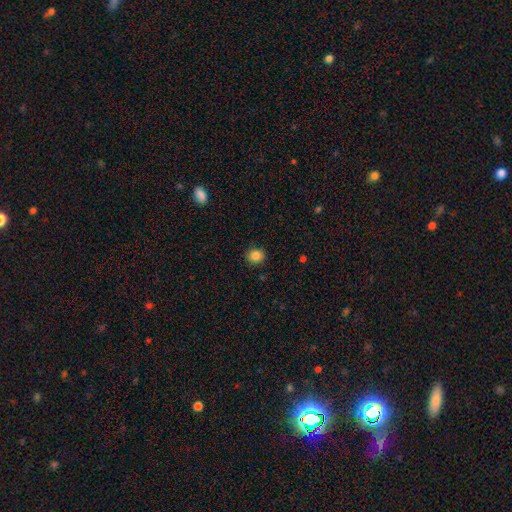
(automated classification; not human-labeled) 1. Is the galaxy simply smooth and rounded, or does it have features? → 85% smooth, 10% star or artifact, 5% featured or disk.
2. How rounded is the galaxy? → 83% round, 16% in between, 1% cigar-shaped.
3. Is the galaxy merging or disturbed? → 90% none, 7% minor disturbance, 2% major disturbance, 1% merger.